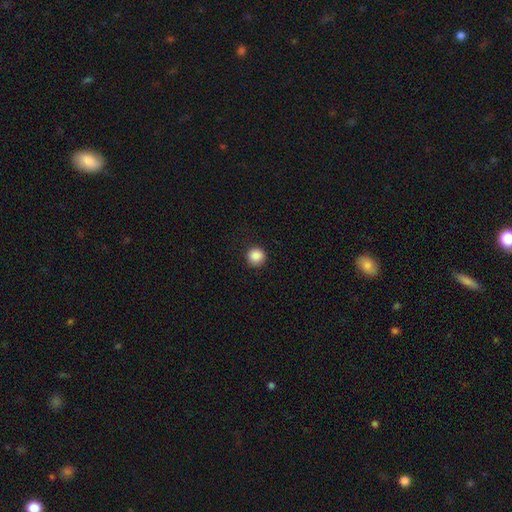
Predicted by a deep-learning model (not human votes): smooth 88%, star or artifact 9%, featured or disk 3%. Down the decision tree: how rounded — round (93%); merging — none (89%).